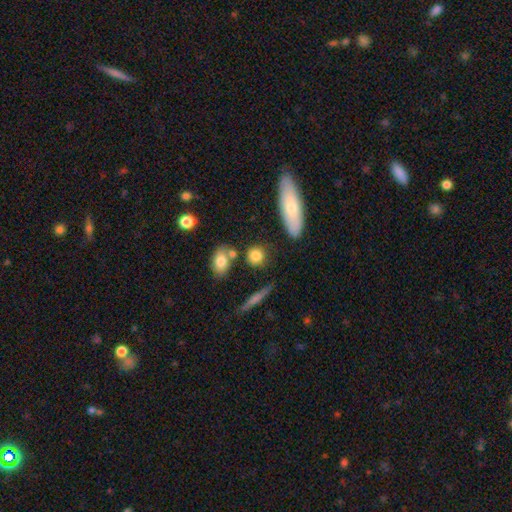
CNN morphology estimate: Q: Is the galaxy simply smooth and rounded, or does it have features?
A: smooth — 80%.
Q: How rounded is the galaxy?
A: round — 77%.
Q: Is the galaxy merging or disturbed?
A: none — 72%.